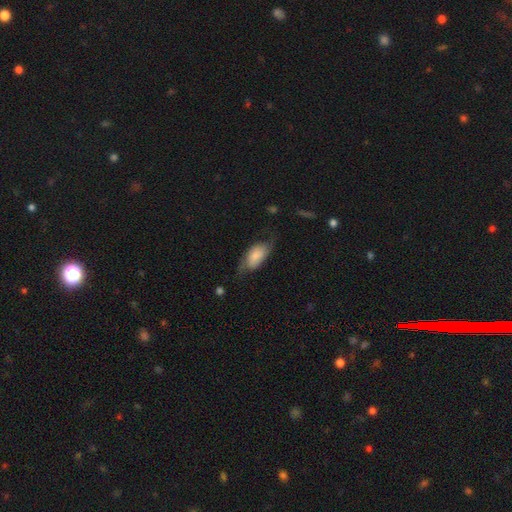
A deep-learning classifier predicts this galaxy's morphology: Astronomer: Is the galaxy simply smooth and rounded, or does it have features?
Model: smooth — 65%.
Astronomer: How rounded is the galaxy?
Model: in between — 91%.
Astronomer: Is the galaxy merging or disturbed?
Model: none — 49% (runner-up: minor disturbance, 32%).